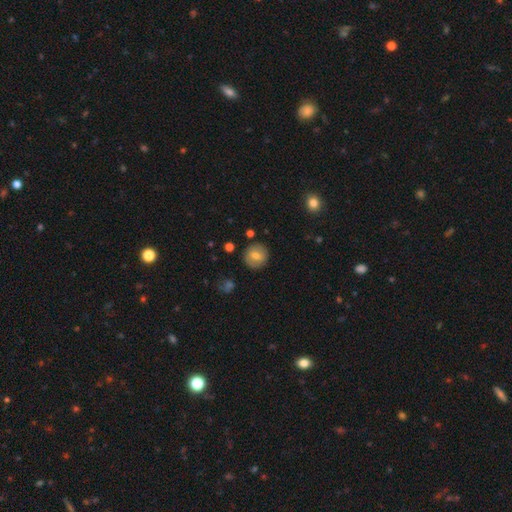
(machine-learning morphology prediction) Smooth or featured? Predicted: smooth (p=0.67). How rounded? Predicted: round (p=0.90). Merging? Predicted: none (p=0.87).